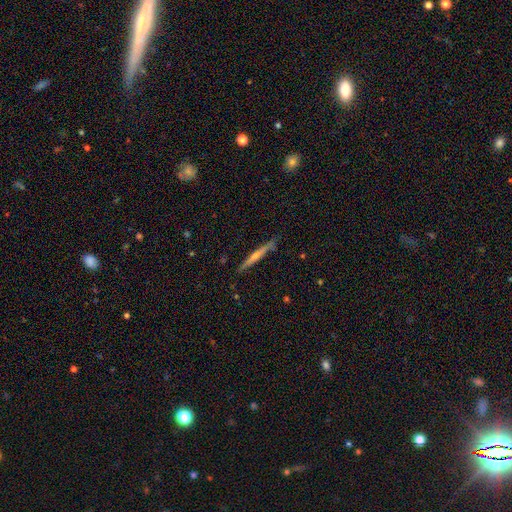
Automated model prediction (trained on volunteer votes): The model was most divided on "edge-on bulge": rounded: 64%, none: 30%, boxy: 6%. More confident: edge-on disk — yes (97%); merging — none (86%); smooth or featured — featured or disk (66%).